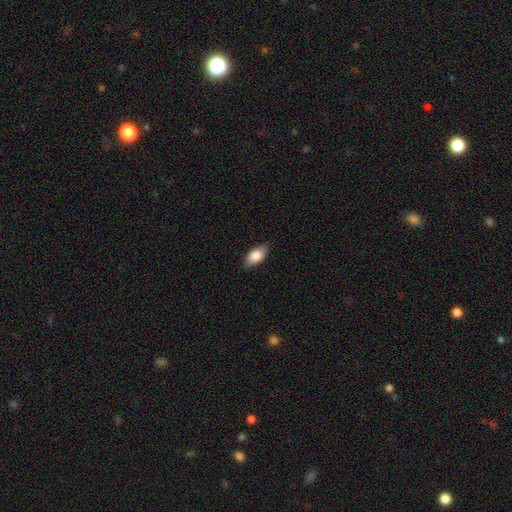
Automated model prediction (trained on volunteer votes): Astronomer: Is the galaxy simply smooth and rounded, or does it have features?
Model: smooth — 81%.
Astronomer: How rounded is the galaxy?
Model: in between — 90%.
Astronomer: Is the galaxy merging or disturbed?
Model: none — 86%.